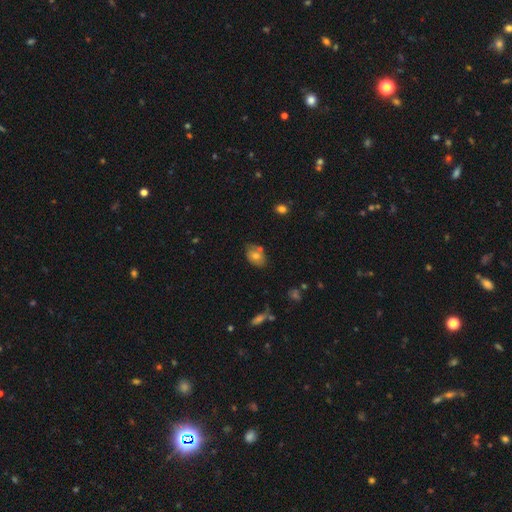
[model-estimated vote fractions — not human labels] This is likely a smooth galaxy (71%). How rounded: likely in between (79%). Merging: likely none (68%).